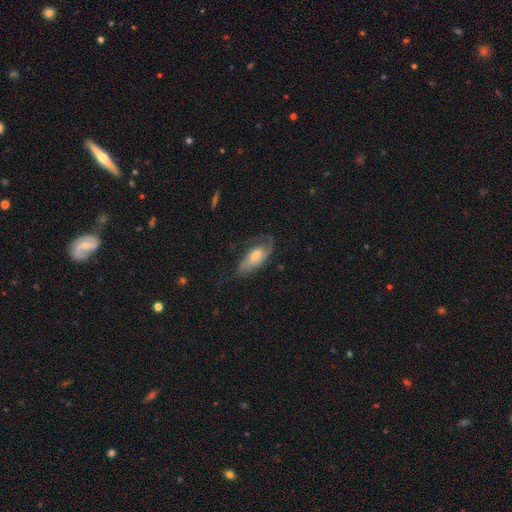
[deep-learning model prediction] Smooth or featured? featured or disk (66%)
Edge-on disk? no (89%)
Bar? no (61%)
Spiral arms? yes (86%)
Spiral winding? medium (41%)
Spiral arm count? 2 (50%)
Bulge size? moderate (62%)
Merging? none (56%)